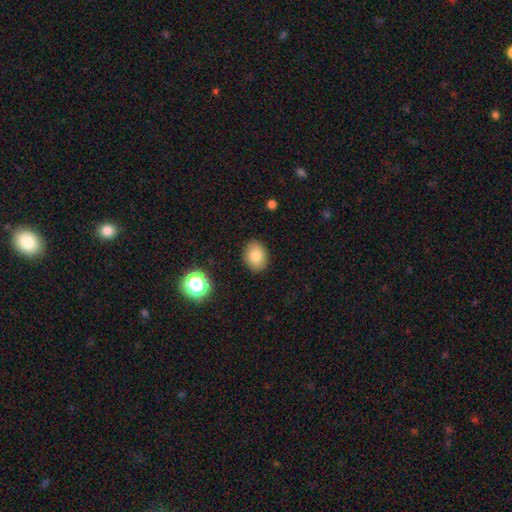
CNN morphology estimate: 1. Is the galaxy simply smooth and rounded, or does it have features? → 82% smooth, 9% star or artifact, 9% featured or disk.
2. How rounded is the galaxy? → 64% in between, 35% round, 1% cigar-shaped.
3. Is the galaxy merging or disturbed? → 88% none, 9% minor disturbance, 2% major disturbance, 1% merger.